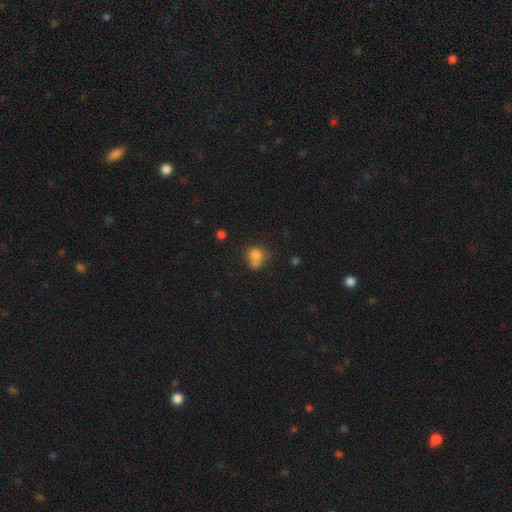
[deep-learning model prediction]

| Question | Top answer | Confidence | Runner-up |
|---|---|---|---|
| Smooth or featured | smooth | 76% | star or artifact (12%) |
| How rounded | round | 63% | in between (36%) |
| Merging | merger | 37% | none (35%) |